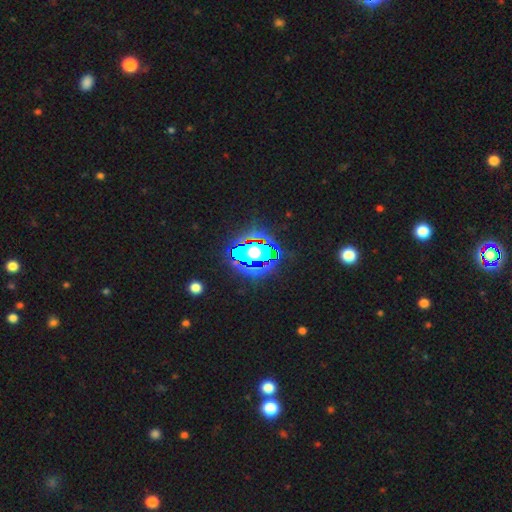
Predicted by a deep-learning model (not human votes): Smooth or featured? Predicted: star or artifact (p=0.58).